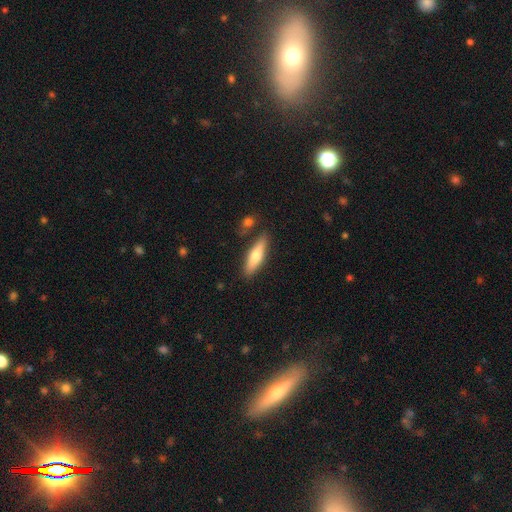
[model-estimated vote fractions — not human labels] A smooth galaxy with no disk features (58%) that is cigar-shaped (65%). Merging: none (83%).